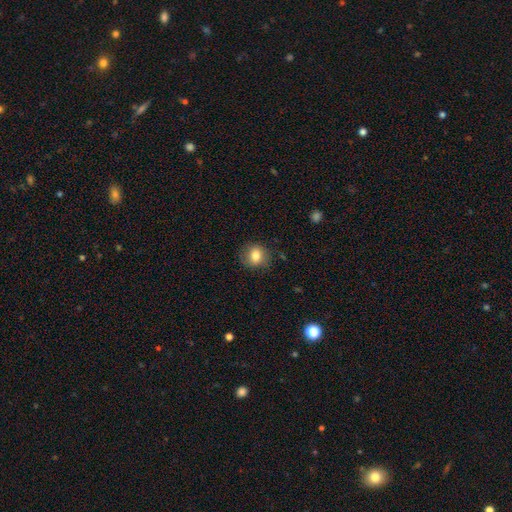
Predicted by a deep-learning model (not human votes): Smooth or featured?
  - smooth: 81% *
  - featured or disk: 10%
  - star or artifact: 9%
How rounded?
  - round: 71% *
  - in between: 28%
  - cigar-shaped: 1%
Merging?
  - none: 80% *
  - minor disturbance: 14%
  - major disturbance: 4%
  - merger: 1%